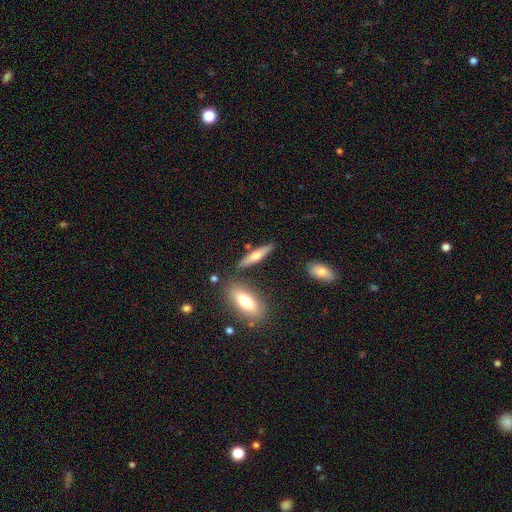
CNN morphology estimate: Smooth or featured: smooth — 49% (featured or disk — 44%)
Merging: none — 80% (minor disturbance — 11%)